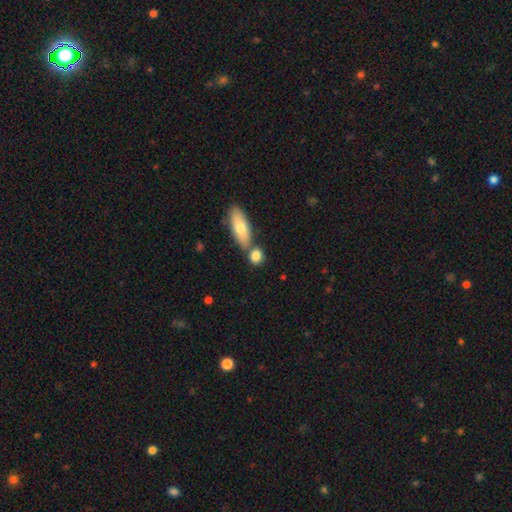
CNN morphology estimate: Smooth or featured?
  - smooth: 83% *
  - featured or disk: 10%
  - star or artifact: 7%
How rounded?
  - round: 53% *
  - in between: 38%
  - cigar-shaped: 9%
Merging?
  - none: 59% *
  - merger: 27%
  - minor disturbance: 10%
  - major disturbance: 3%